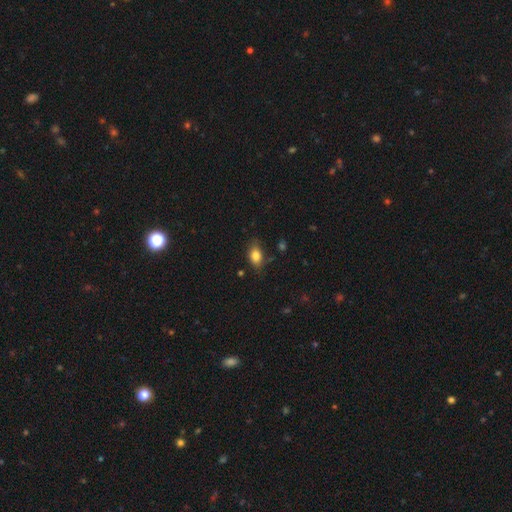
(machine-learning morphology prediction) Smooth or featured? Predicted: smooth (p=0.83). How rounded? Predicted: in between (p=0.84). Merging? Predicted: none (p=0.74).